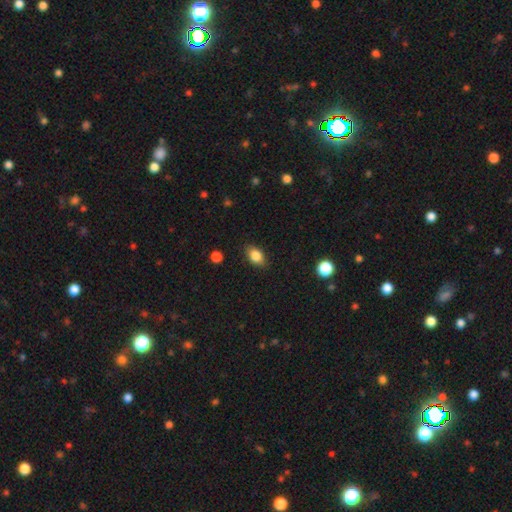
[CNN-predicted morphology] Smooth or featured? Predicted: smooth (p=0.85). How rounded? Predicted: in between (p=0.82). Merging? Predicted: none (p=0.85).